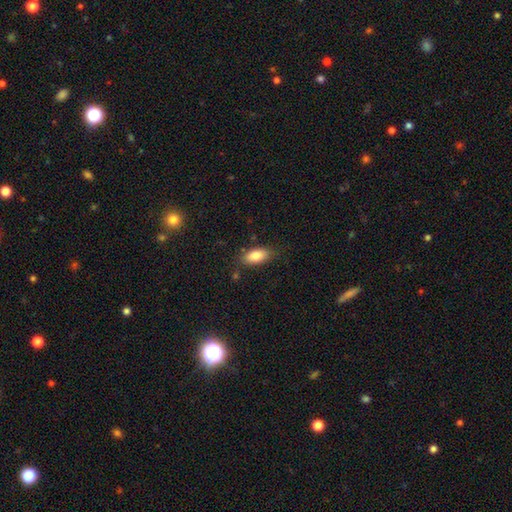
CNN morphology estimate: A smooth galaxy with no disk features (83%) that is in between round and cigar-shaped (88%). Merging: none (79%).